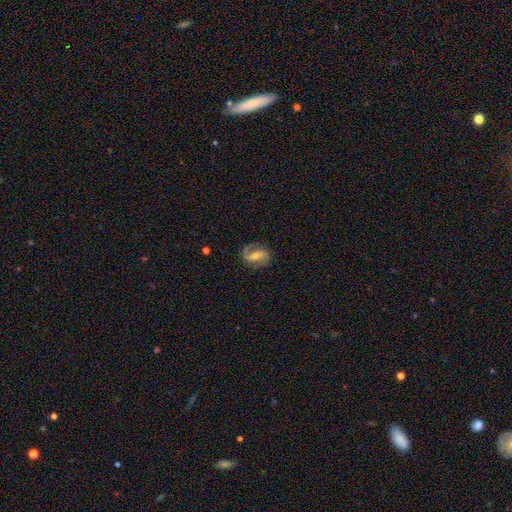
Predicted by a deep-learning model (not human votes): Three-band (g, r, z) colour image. It shows a featured or disk galaxy (83%) with a weak bar (42%), 2 (82%) medium (48%) spiral arms (95%) and a moderate central bulge (45%, tied with small). Merging: none (76%).